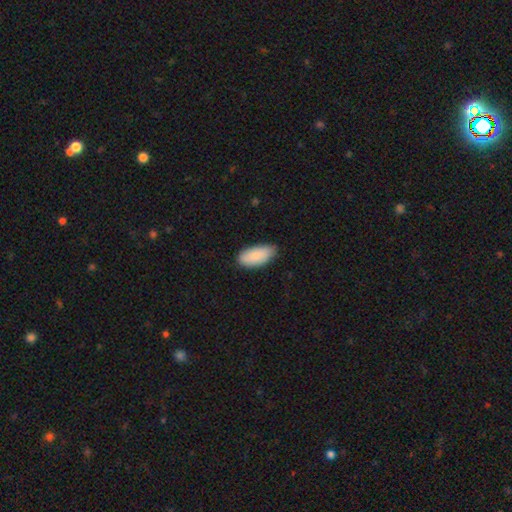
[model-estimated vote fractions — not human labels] The model was most divided on "merging": none: 75%, minor disturbance: 21%, major disturbance: 3%, merger: 1%. More confident: how rounded — in between (92%); smooth or featured — smooth (88%).